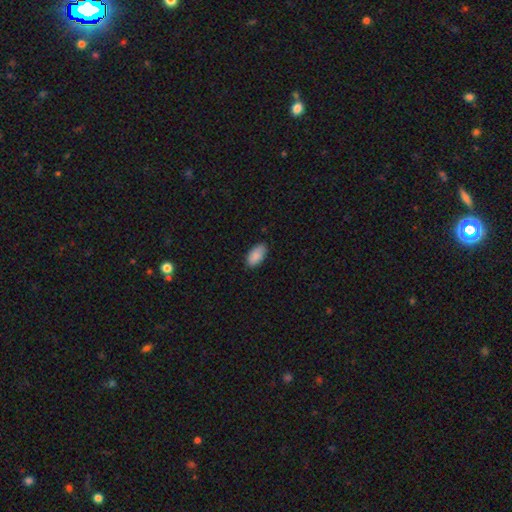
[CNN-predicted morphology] Q: Smooth or featured?
A: smooth (89%); runner-up: star or artifact (6%)
Q: How rounded?
A: in between (94%); runner-up: cigar-shaped (4%)
Q: Merging?
A: none (84%); runner-up: minor disturbance (13%)